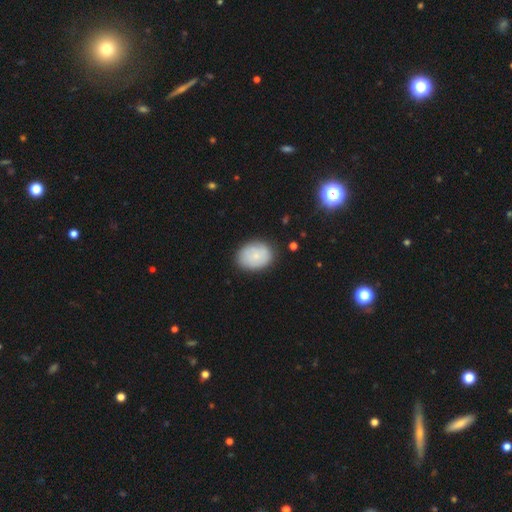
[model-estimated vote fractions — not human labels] smooth_or_featured: smooth (p=0.76) [alt: featured or disk p=0.17]
how_rounded: in between (p=0.66) [alt: round p=0.33]
merging: none (p=0.82) [alt: minor disturbance p=0.14]